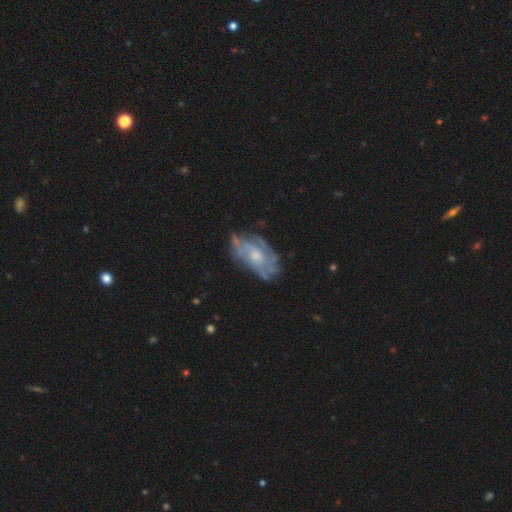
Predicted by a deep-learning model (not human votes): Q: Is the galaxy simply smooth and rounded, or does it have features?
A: featured or disk — 73%.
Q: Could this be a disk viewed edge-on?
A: no — 95%.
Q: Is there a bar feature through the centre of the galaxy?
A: no — 77%.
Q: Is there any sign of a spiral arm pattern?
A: yes — 74%.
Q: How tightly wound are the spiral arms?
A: tight — 46%.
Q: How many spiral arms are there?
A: can't tell — 53%.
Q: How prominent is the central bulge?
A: moderate — 47%.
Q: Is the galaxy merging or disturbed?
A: none — 63%.